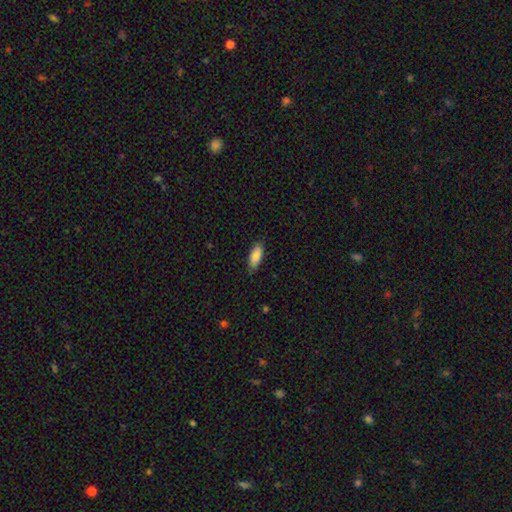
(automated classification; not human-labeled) Q: Smooth or featured?
A: smooth (85%); runner-up: featured or disk (9%)
Q: How rounded?
A: in between (78%); runner-up: cigar-shaped (21%)
Q: Merging?
A: none (84%); runner-up: minor disturbance (13%)